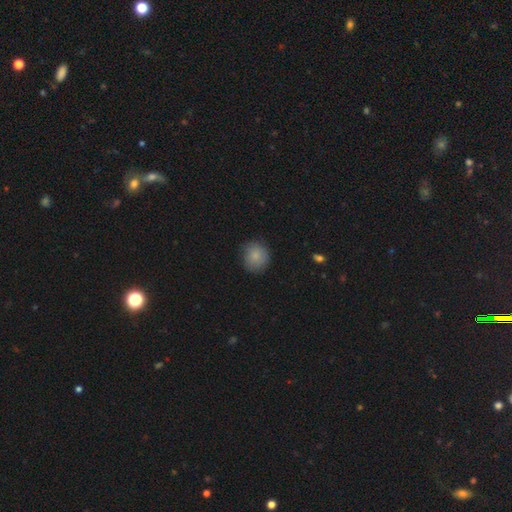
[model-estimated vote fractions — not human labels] smooth 85%, star or artifact 8%, featured or disk 7%. Down the decision tree: how rounded — round (87%); merging — none (81%).